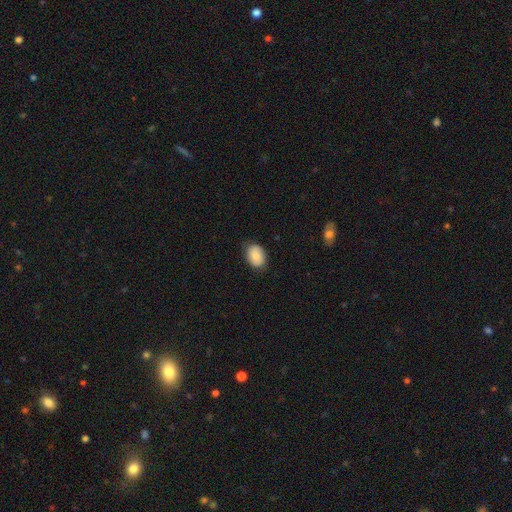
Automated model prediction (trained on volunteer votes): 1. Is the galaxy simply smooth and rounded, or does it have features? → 83% smooth, 10% featured or disk, 7% star or artifact.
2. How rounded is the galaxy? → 76% in between, 23% round, 1% cigar-shaped.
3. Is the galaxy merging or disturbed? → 80% none, 16% minor disturbance, 3% major disturbance, 1% merger.